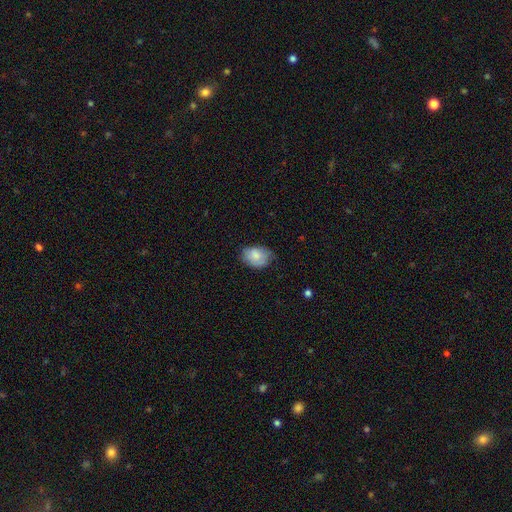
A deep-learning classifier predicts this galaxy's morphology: The model was most divided on "merging": none: 62%, minor disturbance: 30%, major disturbance: 6%, merger: 1%. More confident: smooth or featured — smooth (79%); how rounded — in between (76%).